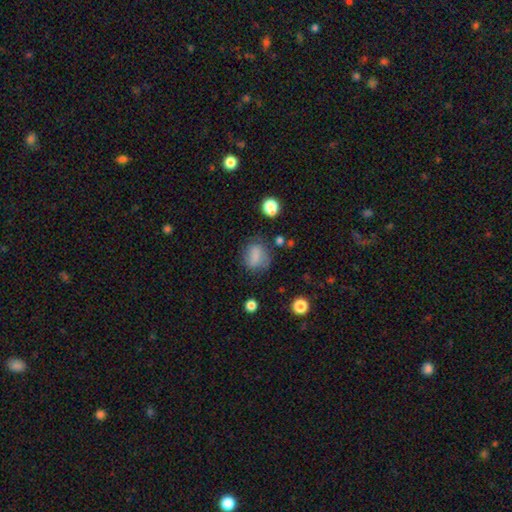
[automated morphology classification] This appears to be a smooth galaxy with no disk features (76%) that is in between round and cigar-shaped (50%). Merging: none (62%).